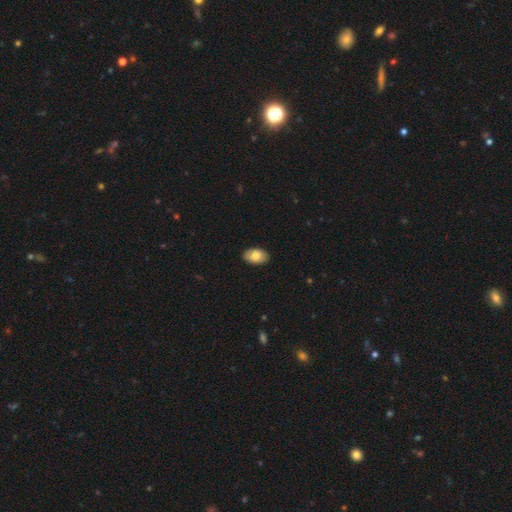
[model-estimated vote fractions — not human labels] The model was most divided on "smooth or featured": smooth: 80%, featured or disk: 14%, star or artifact: 6%. More confident: how rounded — in between (93%); merging — none (88%).